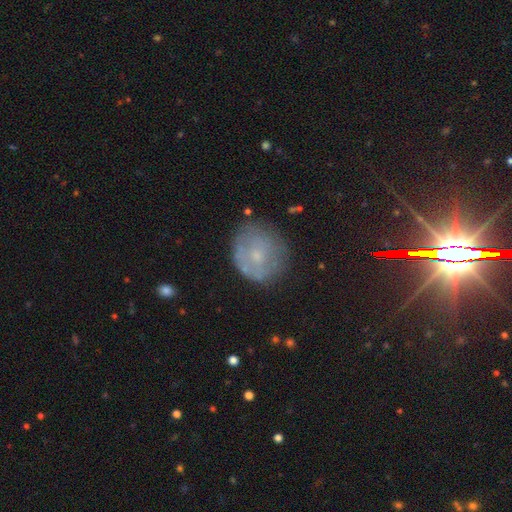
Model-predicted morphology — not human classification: Smooth or featured? smooth (54%)
How rounded? round (84%)
Merging? none (72%)